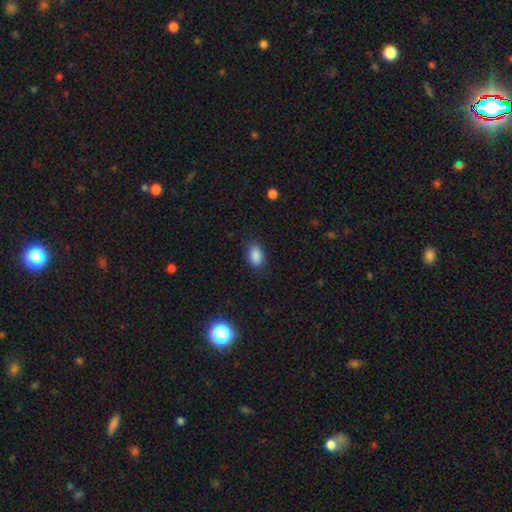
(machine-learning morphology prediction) type=smooth (87%); roundness=in between (88%); merging=none (78%).